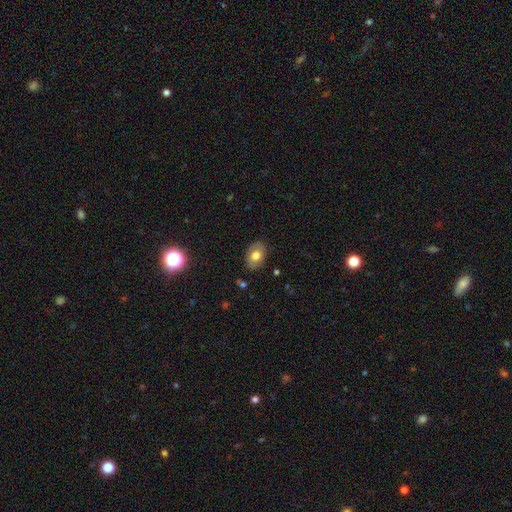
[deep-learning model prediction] Smooth or featured: smooth — 69% (featured or disk — 23%)
How rounded: in between — 82% (round — 17%)
Merging: none — 84% (minor disturbance — 12%)